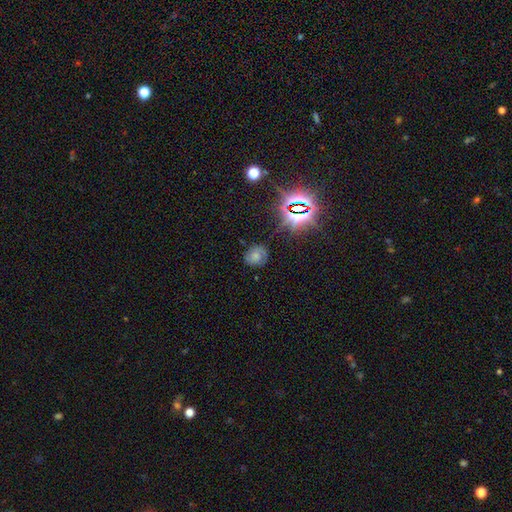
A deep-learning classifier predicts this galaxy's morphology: This appears to be a smooth galaxy with no disk features (48%). Merging: none (71%).